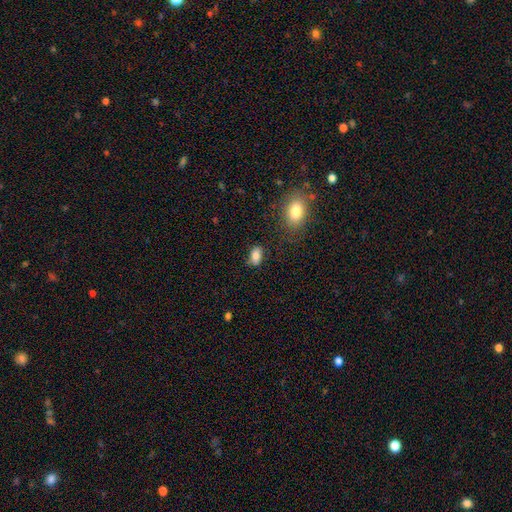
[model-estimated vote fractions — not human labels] Smooth or featured? smooth (81%)
How rounded? in between (87%)
Merging? none (77%)